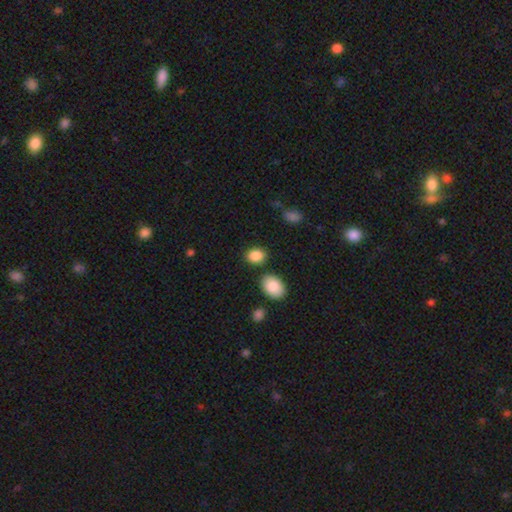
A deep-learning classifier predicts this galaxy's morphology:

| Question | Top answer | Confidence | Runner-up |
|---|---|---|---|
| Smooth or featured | smooth | 87% | star or artifact (8%) |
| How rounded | in between | 62% | round (37%) |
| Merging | none | 78% | minor disturbance (11%) |